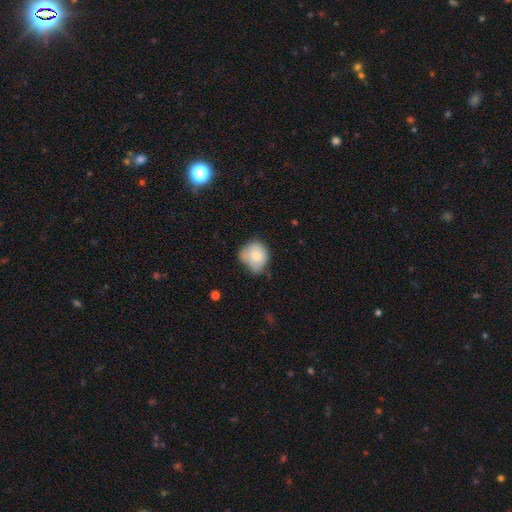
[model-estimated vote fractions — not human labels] Smooth or featured?
  - smooth: 76% *
  - featured or disk: 15%
  - star or artifact: 8%
How rounded?
  - round: 68% *
  - in between: 31%
  - cigar-shaped: 1%
Merging?
  - minor disturbance: 44% *
  - none: 39%
  - major disturbance: 12%
  - merger: 6%